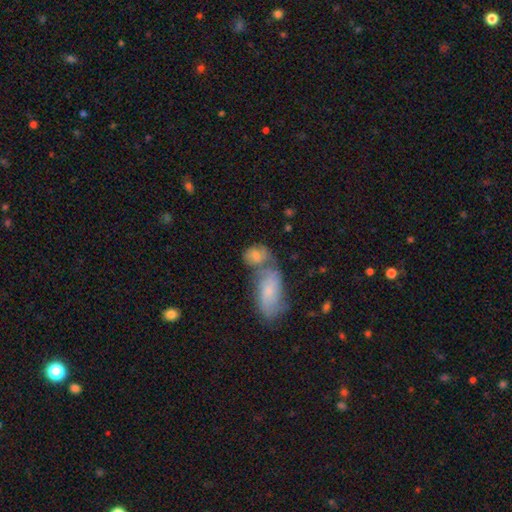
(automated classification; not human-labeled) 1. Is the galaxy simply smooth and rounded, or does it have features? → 68% smooth, 23% featured or disk, 9% star or artifact.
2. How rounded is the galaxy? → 68% in between, 29% round, 3% cigar-shaped.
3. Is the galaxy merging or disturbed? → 53% merger, 27% none, 12% minor disturbance, 7% major disturbance.